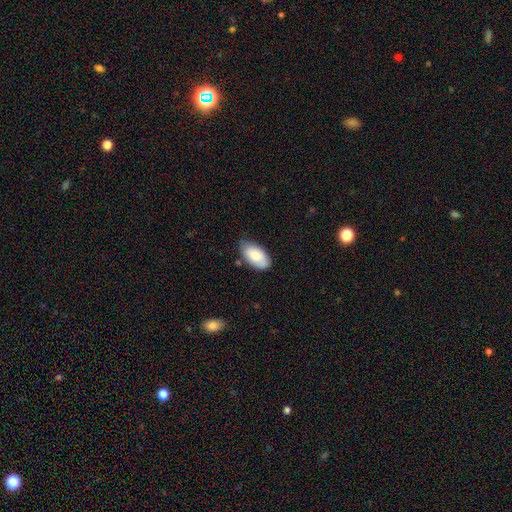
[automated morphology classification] Q: Smooth or featured?
A: smooth (81%); runner-up: featured or disk (13%)
Q: How rounded?
A: in between (95%); runner-up: round (3%)
Q: Merging?
A: none (71%); runner-up: minor disturbance (23%)